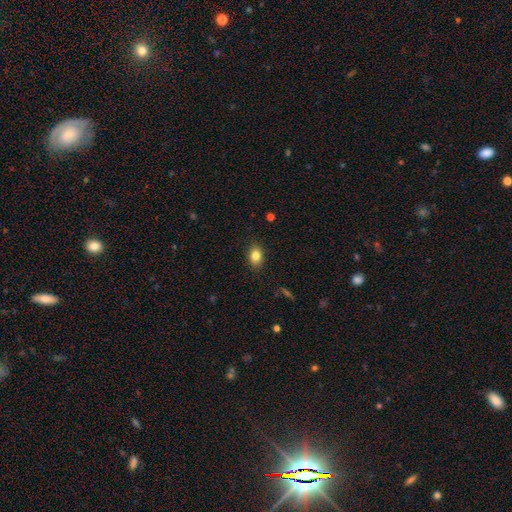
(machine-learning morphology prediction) This appears to be a smooth galaxy with no disk features (83%) that is in between round and cigar-shaped (72%). Merging: none (87%).